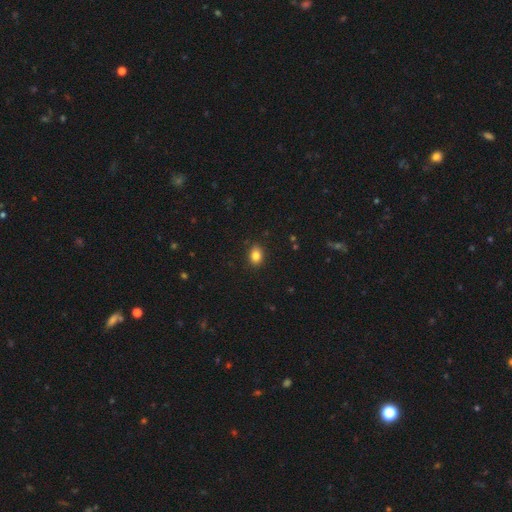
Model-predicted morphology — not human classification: The model was most divided on "how rounded": in between: 66%, round: 33%, cigar-shaped: 1%. More confident: merging — none (88%); smooth or featured — smooth (84%).